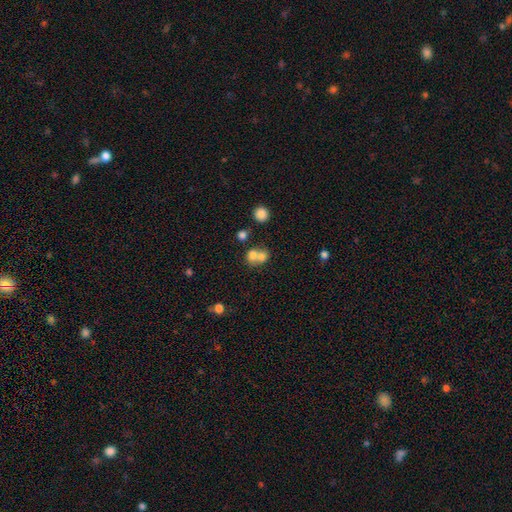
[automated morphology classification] Smooth or featured? smooth (71%)
How rounded? round (70%)
Merging? merger (61%)